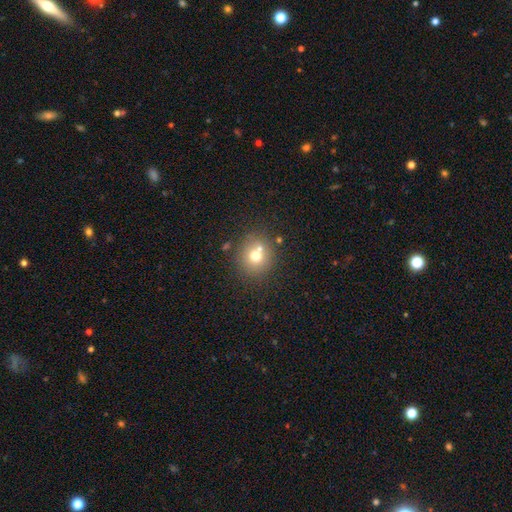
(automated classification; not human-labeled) Smooth or featured: smooth — 69% (featured or disk — 17%)
How rounded: round — 88% (in between — 11%)
Merging: none — 65% (merger — 22%)